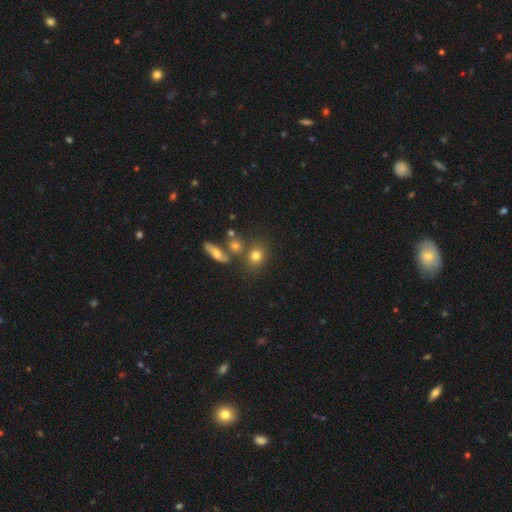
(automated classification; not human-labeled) Morphology: type=smooth (75%); roundness=round (62%); merging=none (64%).